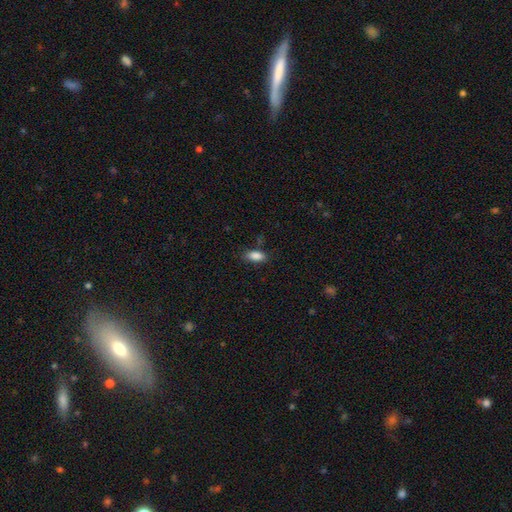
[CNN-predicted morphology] This appears to be a smooth galaxy with no disk features (87%) that is in between round and cigar-shaped (88%). Merging: none (81%).